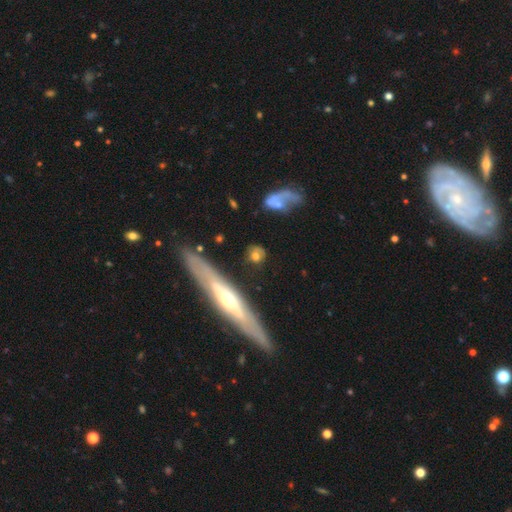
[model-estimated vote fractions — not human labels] A smooth galaxy with no disk features (62%) that is round (65%). Merging: none (70%).